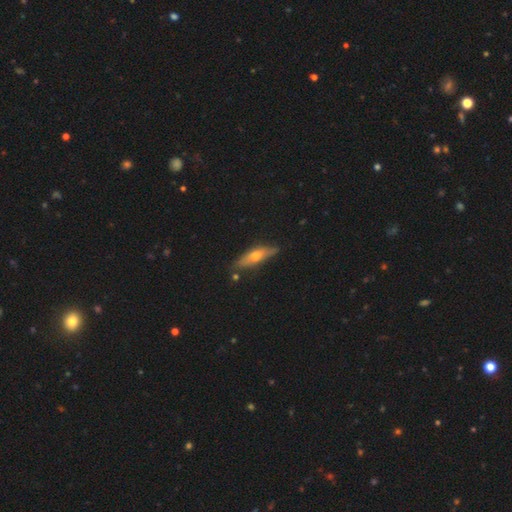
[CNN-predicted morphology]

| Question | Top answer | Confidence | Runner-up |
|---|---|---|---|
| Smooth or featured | featured or disk | 54% | smooth (39%) |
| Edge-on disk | yes | 85% | no (15%) |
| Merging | none | 81% | minor disturbance (13%) |